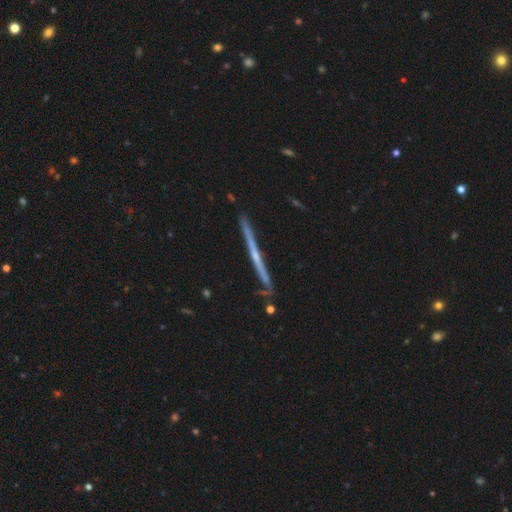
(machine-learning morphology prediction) This is likely a featured or disk galaxy (75%). It is clearly viewed edge-on (98%). Edge-on bulge: possibly none (58%). Merging: clearly none (86%).